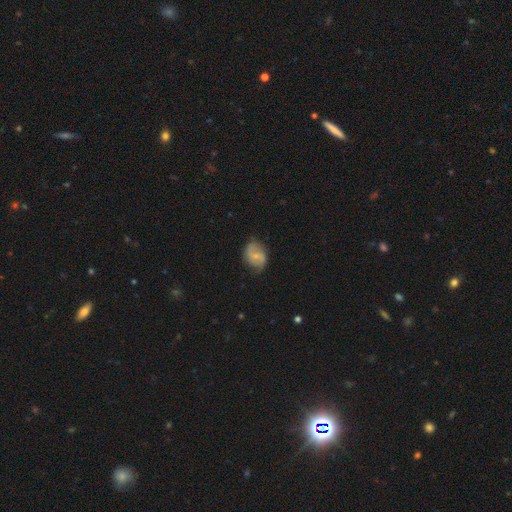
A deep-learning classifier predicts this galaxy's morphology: smooth-or-featured: featured or disk: 49% | smooth: 43% | star or artifact: 7%
  merging: none: 68% | minor disturbance: 24% | major disturbance: 7% | merger: 1%